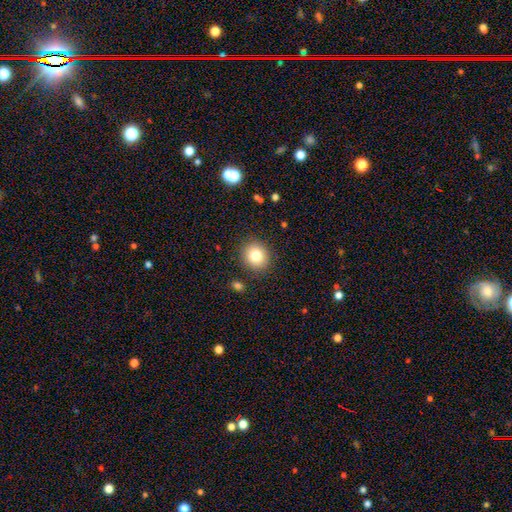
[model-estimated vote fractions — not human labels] Q: Smooth or featured?
A: smooth (80%); runner-up: star or artifact (11%)
Q: How rounded?
A: round (82%); runner-up: in between (17%)
Q: Merging?
A: none (88%); runner-up: minor disturbance (8%)